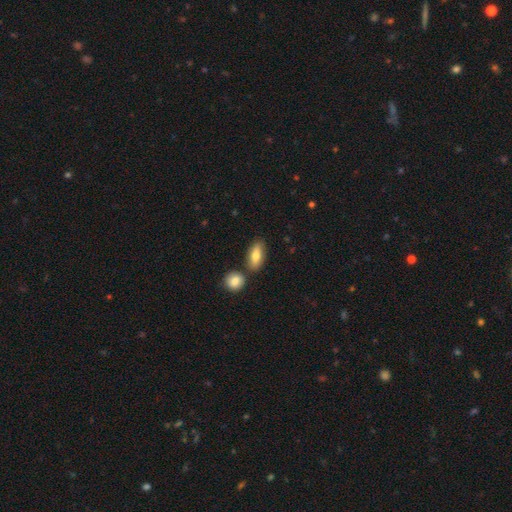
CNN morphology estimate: smooth 75%, featured or disk 18%, star or artifact 6%. Down the decision tree: how rounded — in between (78%); merging — none (75%).